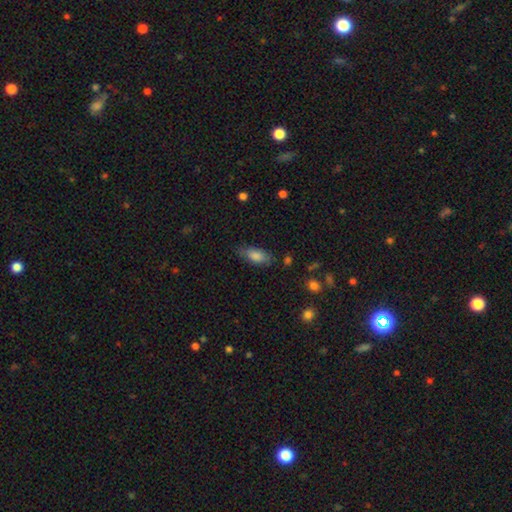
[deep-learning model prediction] Smooth or featured?
  - smooth: 82% *
  - featured or disk: 11%
  - star or artifact: 8%
How rounded?
  - in between: 85% *
  - cigar-shaped: 12%
  - round: 3%
Merging?
  - none: 72% *
  - minor disturbance: 20%
  - major disturbance: 5%
  - merger: 2%